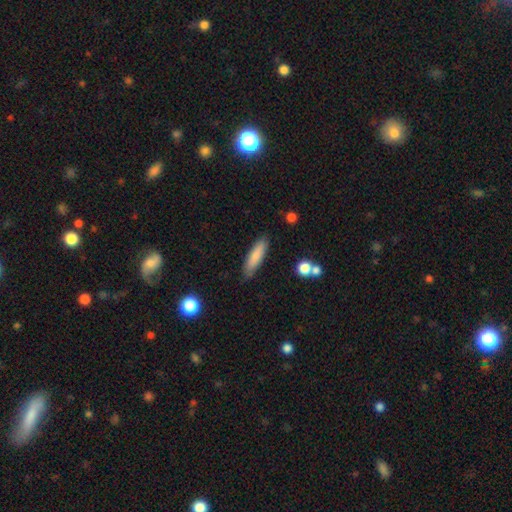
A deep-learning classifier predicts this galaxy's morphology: The model was most divided on "how rounded": cigar-shaped: 71%, in between: 28%, round: 2%. More confident: merging — none (85%); smooth or featured — smooth (81%).